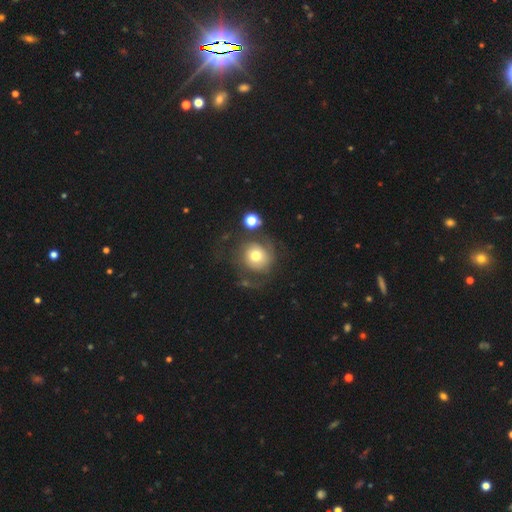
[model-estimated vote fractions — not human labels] The model was most divided on "smooth or featured": smooth: 54%, featured or disk: 37%, star or artifact: 10%. Remaining: how rounded — round (87%); merging — none (49%).